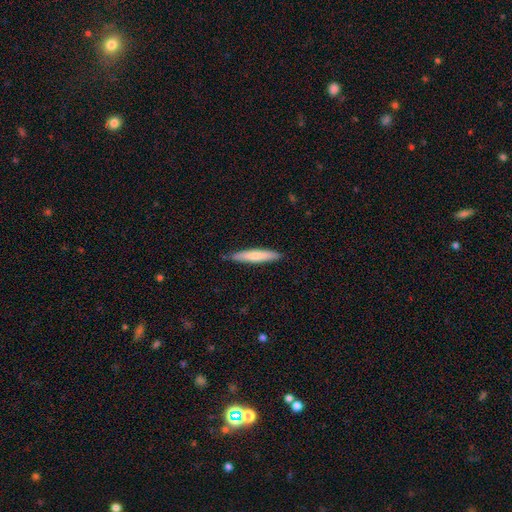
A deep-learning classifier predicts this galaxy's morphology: smooth_or_featured: smooth (p=0.72) [alt: featured or disk p=0.23]
how_rounded: cigar-shaped (p=0.90) [alt: in between p=0.09]
merging: none (p=0.86) [alt: minor disturbance p=0.11]